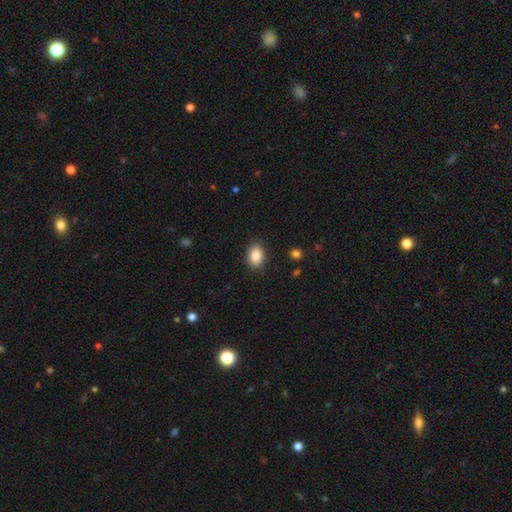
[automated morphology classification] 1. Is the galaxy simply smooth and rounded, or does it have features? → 87% smooth, 8% star or artifact, 5% featured or disk.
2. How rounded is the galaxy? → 78% in between, 21% round, 1% cigar-shaped.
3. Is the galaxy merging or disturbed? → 88% none, 8% minor disturbance, 2% major disturbance, 1% merger.